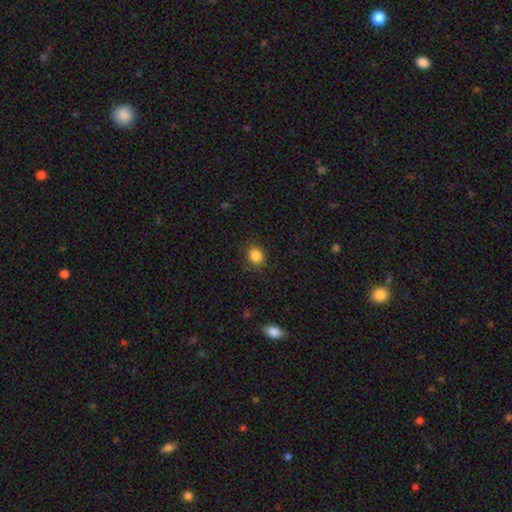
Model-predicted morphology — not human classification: Smooth or featured: smooth — 85% (star or artifact — 11%)
How rounded: round — 69% (in between — 30%)
Merging: none — 83% (minor disturbance — 12%)